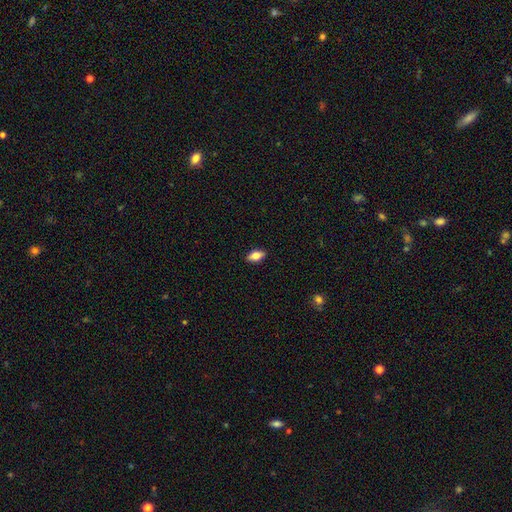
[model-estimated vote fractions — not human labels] Smooth or featured? smooth (76%)
How rounded? in between (87%)
Merging? none (89%)